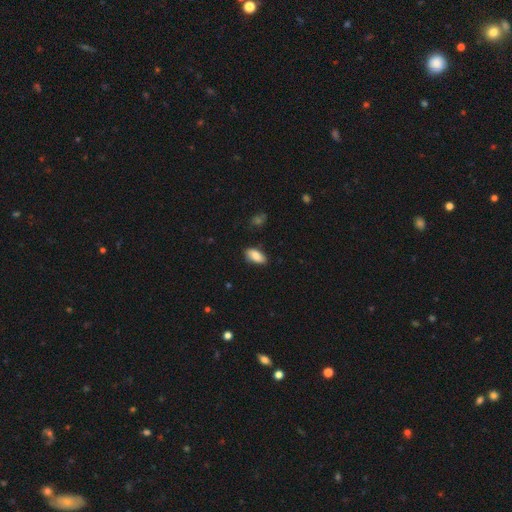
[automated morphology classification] A smooth galaxy with no disk features (86%) that is in between round and cigar-shaped (91%). Merging: none (82%).